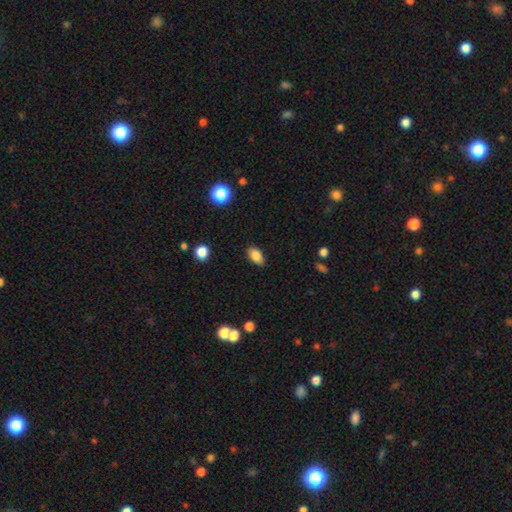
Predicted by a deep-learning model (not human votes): smooth 83%, star or artifact 9%, featured or disk 7%. Down the decision tree: how rounded — in between (90%); merging — none (85%).